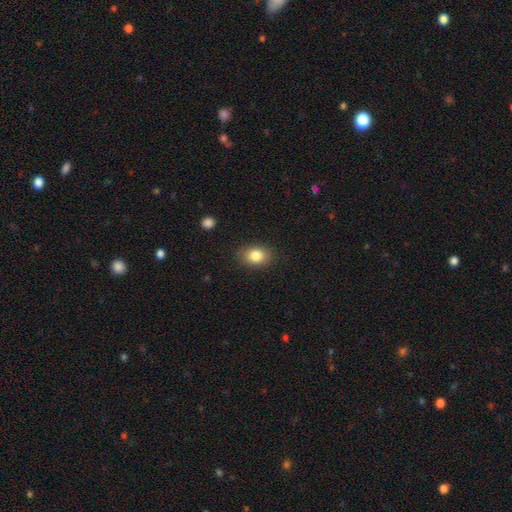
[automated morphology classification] smooth_or_featured: smooth (p=0.83) [alt: star or artifact p=0.09]
how_rounded: in between (p=0.70) [alt: round p=0.29]
merging: none (p=0.86) [alt: minor disturbance p=0.10]